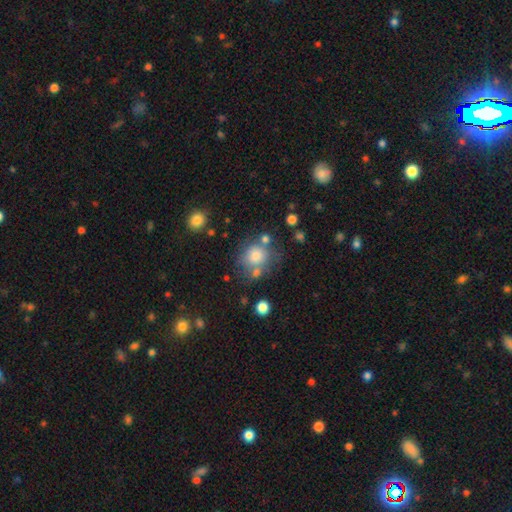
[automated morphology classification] Smooth or featured? smooth (78%)
How rounded? round (82%)
Merging? none (64%)